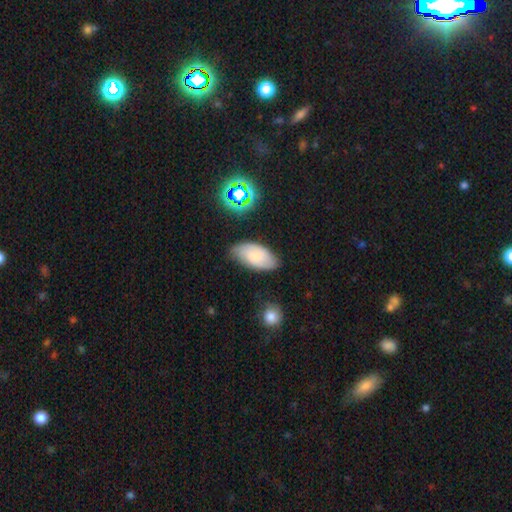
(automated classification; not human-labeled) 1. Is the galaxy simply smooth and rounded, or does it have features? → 65% smooth, 25% featured or disk, 10% star or artifact.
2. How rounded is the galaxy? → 93% in between, 4% cigar-shaped, 3% round.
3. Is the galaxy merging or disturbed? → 73% none, 21% minor disturbance, 4% major disturbance, 2% merger.